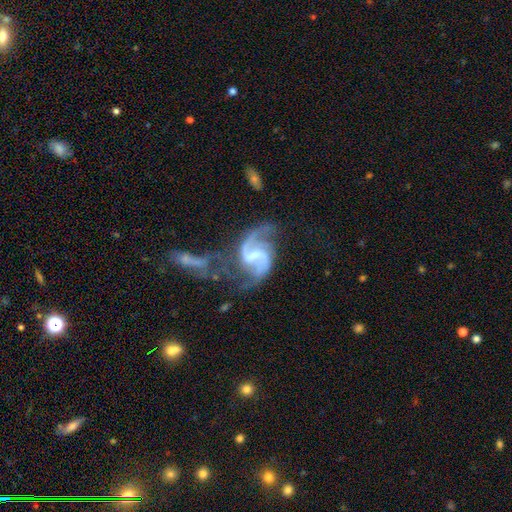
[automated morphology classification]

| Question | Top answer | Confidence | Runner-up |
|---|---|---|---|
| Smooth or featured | featured or disk | 91% | star or artifact (5%) |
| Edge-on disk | no | 98% | yes (2%) |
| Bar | weak | 54% | strong (31%) |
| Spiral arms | yes | 97% | no (3%) |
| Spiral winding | medium | 48% | loose (42%) |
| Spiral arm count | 2 | 89% | can't tell (3%) |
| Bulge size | small | 41% | none (29%) |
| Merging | none | 40% | merger (23%) |